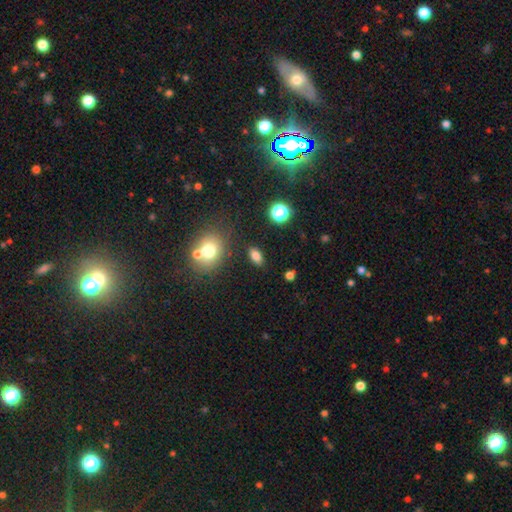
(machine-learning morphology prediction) smooth-or-featured: smooth: 79% | star or artifact: 13% | featured or disk: 8%
  how-rounded: in between: 84% | round: 10% | cigar-shaped: 6%
  merging: none: 82% | minor disturbance: 10% | merger: 5% | major disturbance: 3%